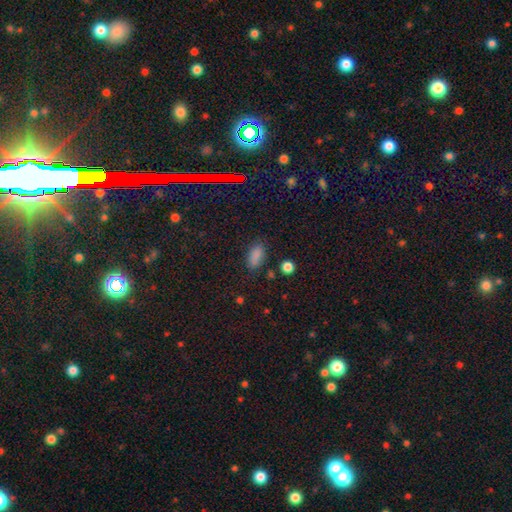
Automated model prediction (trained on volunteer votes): Morphology: type=smooth (82%); roundness=in between (90%); merging=none (77%).